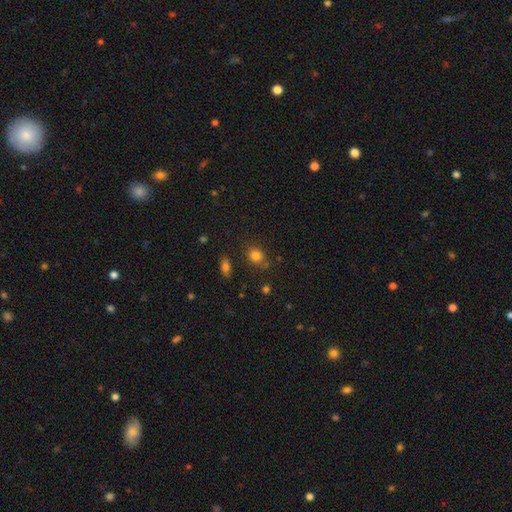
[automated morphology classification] Overall: smooth (81%). How rounded: round (56%; in between 43%). Merging: none (73%).